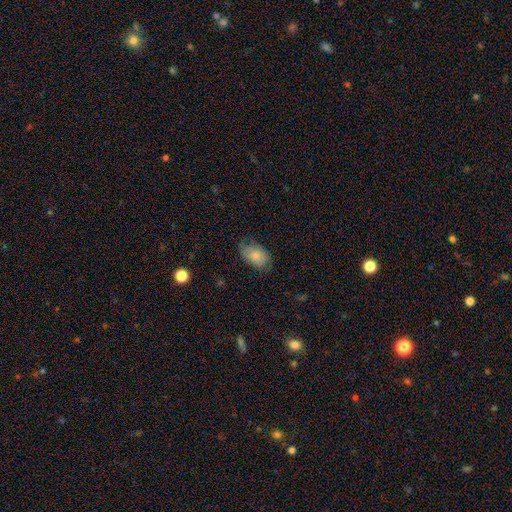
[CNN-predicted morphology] smooth-or-featured: smooth: 73% | featured or disk: 20% | star or artifact: 8%
  how-rounded: in between: 89% | round: 9% | cigar-shaped: 1%
  merging: none: 63% | minor disturbance: 28% | major disturbance: 8% | merger: 1%